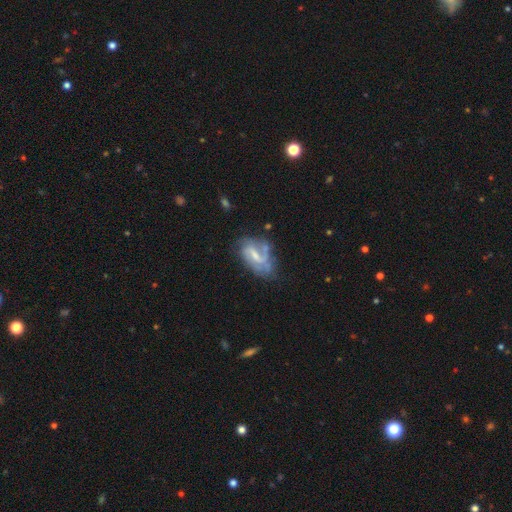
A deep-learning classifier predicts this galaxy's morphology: type=featured or disk (76%); edge-on=no (97%); bar=weak (54%); spiral arms=yes (84%); winding=medium (42%); arm count=2 (52%); bulge=small (44%); merging=none (41%).